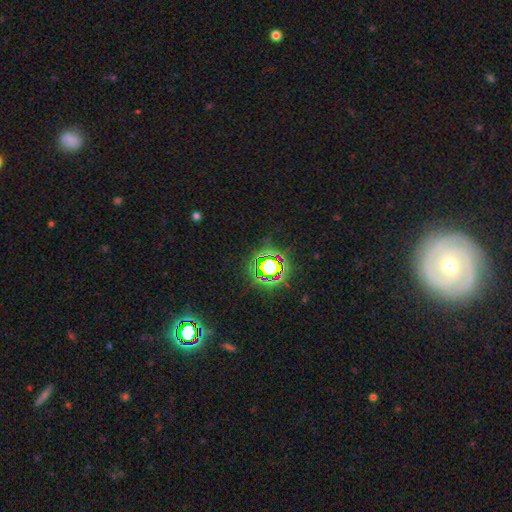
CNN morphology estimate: star or artifact 73%, smooth 17%, featured or disk 10%.